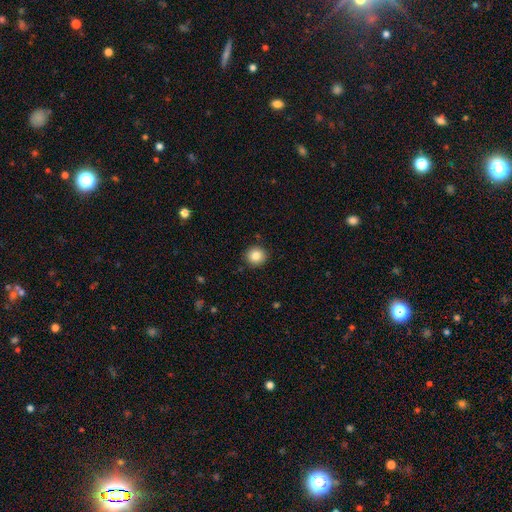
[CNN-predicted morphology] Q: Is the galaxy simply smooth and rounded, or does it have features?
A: smooth — 84%.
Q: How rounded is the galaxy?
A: round — 92%.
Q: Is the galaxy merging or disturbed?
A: none — 90%.